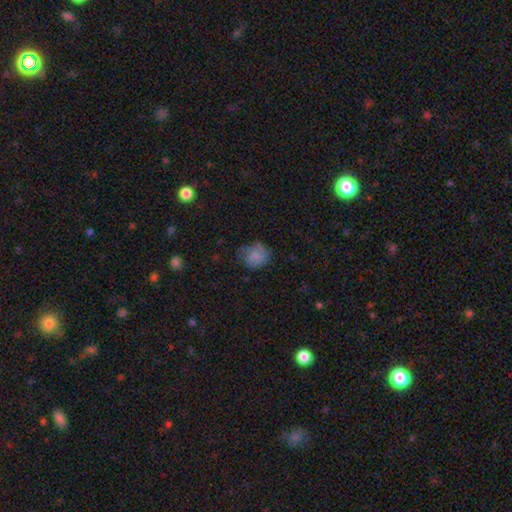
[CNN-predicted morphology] A smooth galaxy with no disk features (78%) that is round (74%).

Vote fractions:
- Smooth or featured? smooth: 78% / featured or disk: 12% / star or artifact: 10%
- How rounded? round: 74% / in between: 25% / cigar-shaped: 1%
- Merging? none: 60% / minor disturbance: 29% / major disturbance: 10% / merger: 2%